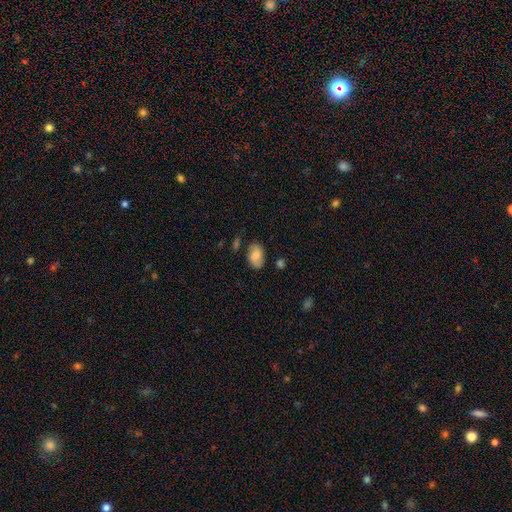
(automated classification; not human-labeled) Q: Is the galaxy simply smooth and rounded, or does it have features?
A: smooth — 80%.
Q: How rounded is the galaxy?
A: in between — 87%.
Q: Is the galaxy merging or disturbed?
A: none — 69%.